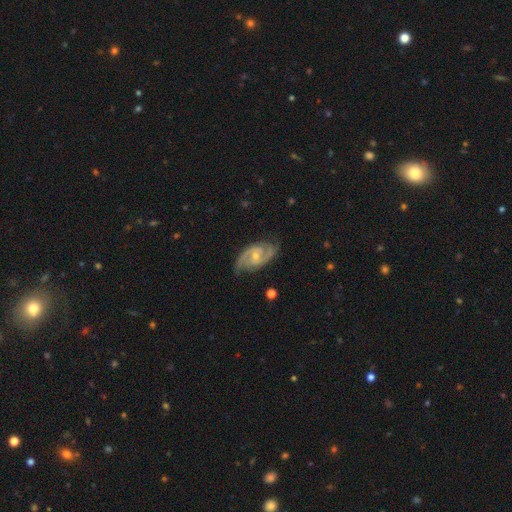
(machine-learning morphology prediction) This appears to be a featured or disk galaxy (87%) with no bar (50%), 2 (85%) medium (50%) spiral arms (96%) and a small central bulge (52%). Merging: none (75%).